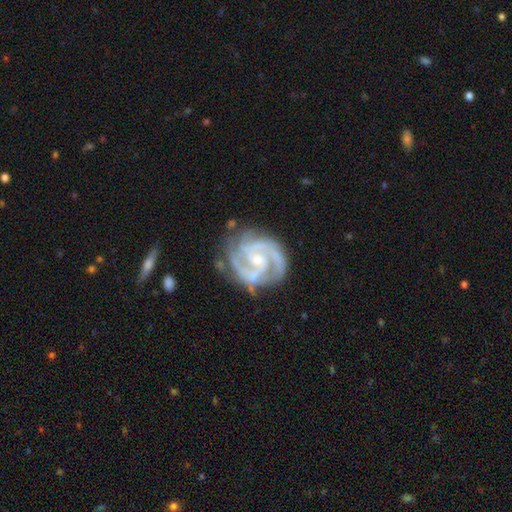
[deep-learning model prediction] A featured or disk galaxy (91%) with a weak bar (41%), 2 (60%) tight (58%) spiral arms (98%) and a small central bulge (64%). Merging: none (74%).